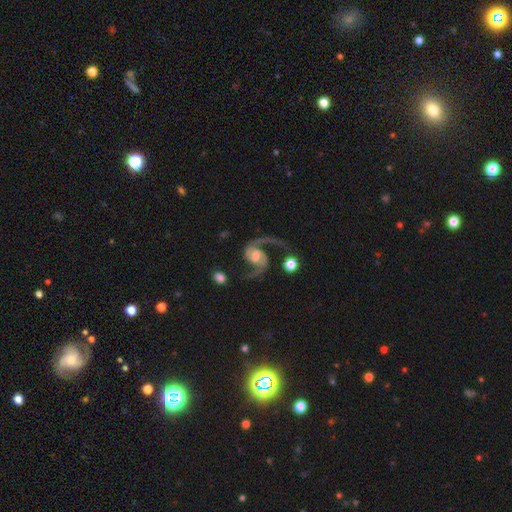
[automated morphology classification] Smooth or featured? Predicted: featured or disk (p=0.92). Edge-on disk? Predicted: no (p=0.98). Bar? Predicted: weak (p=0.44). Spiral arms? Predicted: yes (p=0.98). Spiral winding? Predicted: loose (p=0.48). Spiral arm count? Predicted: 2 (p=0.94). Bulge size? Predicted: moderate (p=0.60). Merging? Predicted: none (p=0.69).